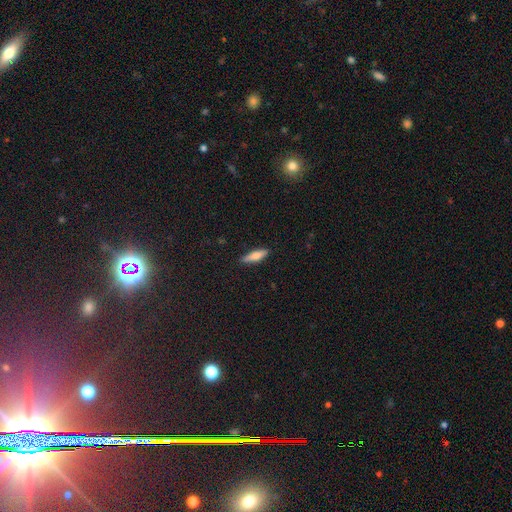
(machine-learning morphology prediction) Smooth or featured? Predicted: smooth (p=0.69). How rounded? Predicted: cigar-shaped (p=0.65). Merging? Predicted: none (p=0.86).